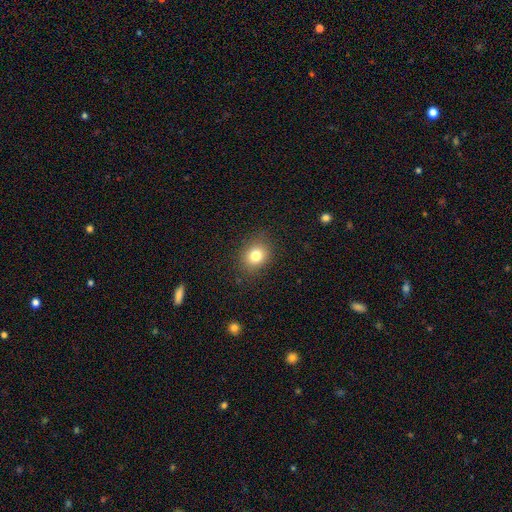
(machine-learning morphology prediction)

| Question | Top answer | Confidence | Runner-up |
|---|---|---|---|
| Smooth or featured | smooth | 79% | star or artifact (12%) |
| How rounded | round | 63% | in between (36%) |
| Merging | none | 86% | minor disturbance (9%) |